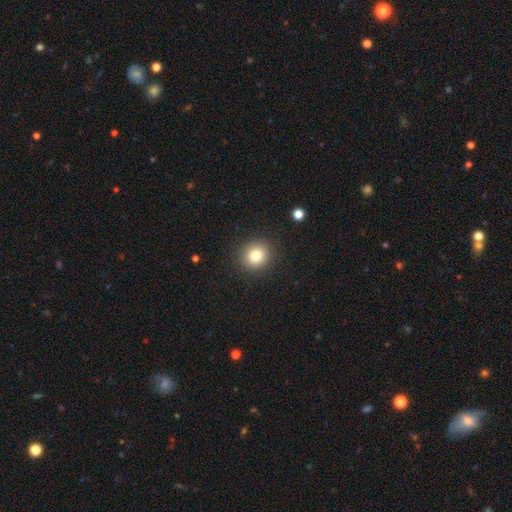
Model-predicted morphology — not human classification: Smooth or featured: smooth — 82% (star or artifact — 11%)
How rounded: round — 85% (in between — 14%)
Merging: none — 89% (minor disturbance — 7%)